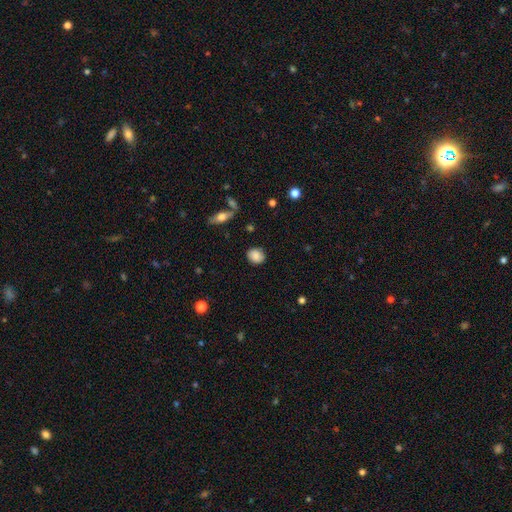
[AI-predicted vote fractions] smooth-or-featured: smooth: 86% | star or artifact: 8% | featured or disk: 6%
  how-rounded: round: 55% | in between: 43% | cigar-shaped: 2%
  merging: none: 85% | minor disturbance: 11% | major disturbance: 3% | merger: 2%